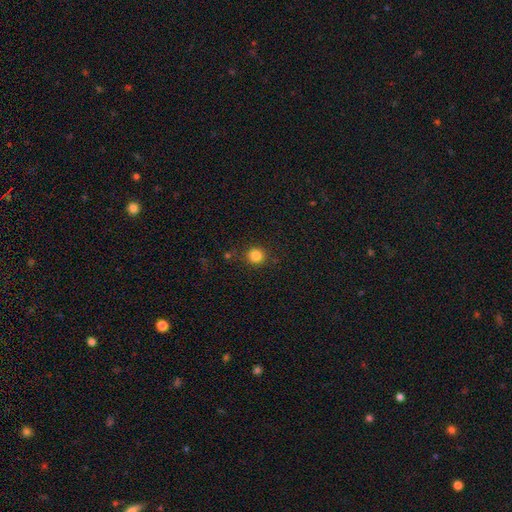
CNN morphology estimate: This appears to be a smooth galaxy with no disk features (84%) that is round (92%). Merging: none (87%).